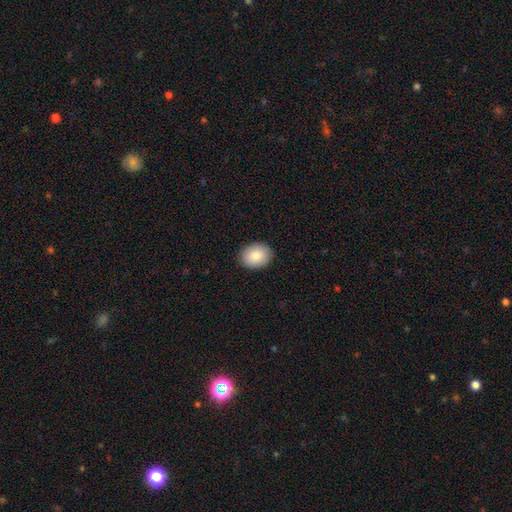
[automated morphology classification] Q: Smooth or featured?
A: smooth (85%); runner-up: featured or disk (8%)
Q: How rounded?
A: in between (60%); runner-up: round (39%)
Q: Merging?
A: none (89%); runner-up: minor disturbance (8%)